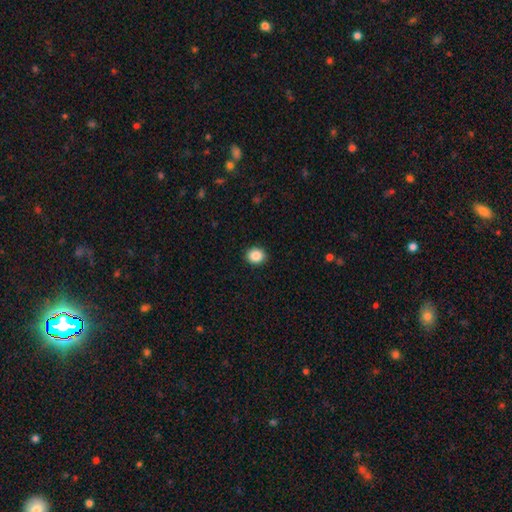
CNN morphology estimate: A smooth galaxy with no disk features (87%) that is round (76%).

Vote fractions:
- Smooth or featured? smooth: 87% / star or artifact: 9% / featured or disk: 4%
- How rounded? round: 76% / in between: 23% / cigar-shaped: 1%
- Merging? none: 92% / minor disturbance: 5% / major disturbance: 2% / merger: 1%